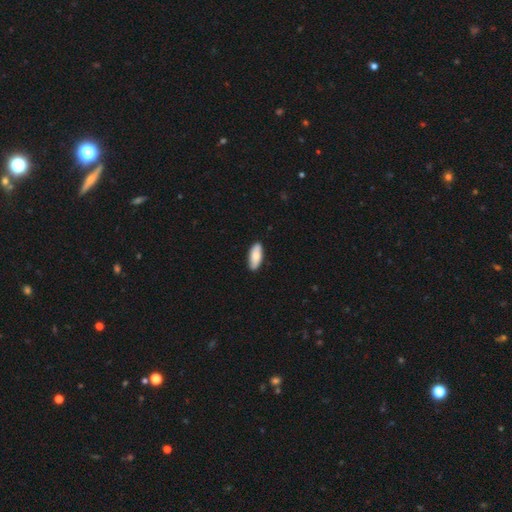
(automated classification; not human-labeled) Q: Smooth or featured?
A: smooth (79%); runner-up: featured or disk (16%)
Q: How rounded?
A: in between (76%); runner-up: cigar-shaped (22%)
Q: Merging?
A: none (89%); runner-up: minor disturbance (9%)